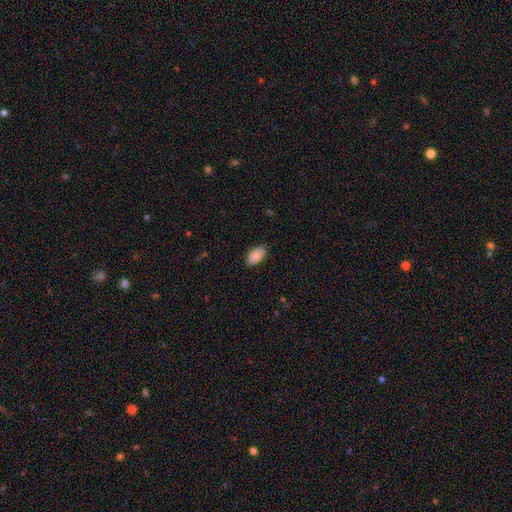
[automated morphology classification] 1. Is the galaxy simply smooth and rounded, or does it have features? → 87% smooth, 7% star or artifact, 6% featured or disk.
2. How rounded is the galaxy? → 94% in between, 3% round, 3% cigar-shaped.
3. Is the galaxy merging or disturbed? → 82% none, 14% minor disturbance, 2% major disturbance, 1% merger.